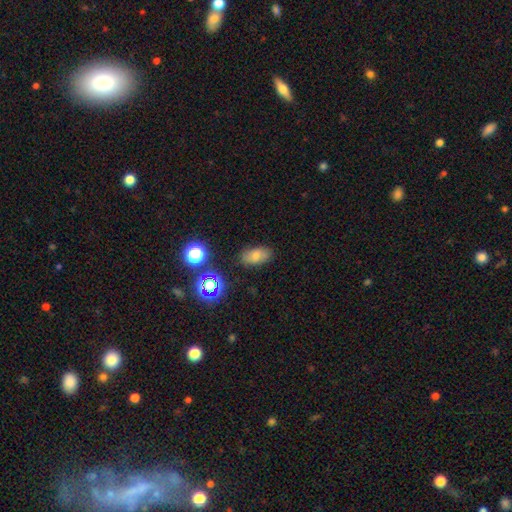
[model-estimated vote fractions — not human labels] smooth_or_featured: smooth (p=0.71) [alt: star or artifact p=0.15]
how_rounded: in between (p=0.89) [alt: round p=0.09]
merging: none (p=0.82) [alt: minor disturbance p=0.12]